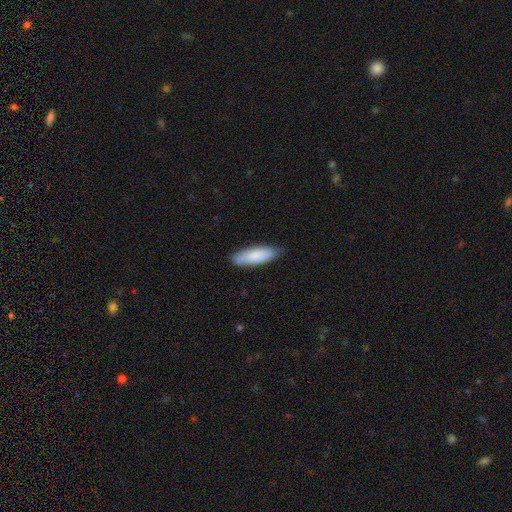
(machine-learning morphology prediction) The model was most divided on "how rounded": in between: 52%, cigar-shaped: 47%, round: 1%. More confident: smooth or featured — smooth (84%); merging — none (81%).